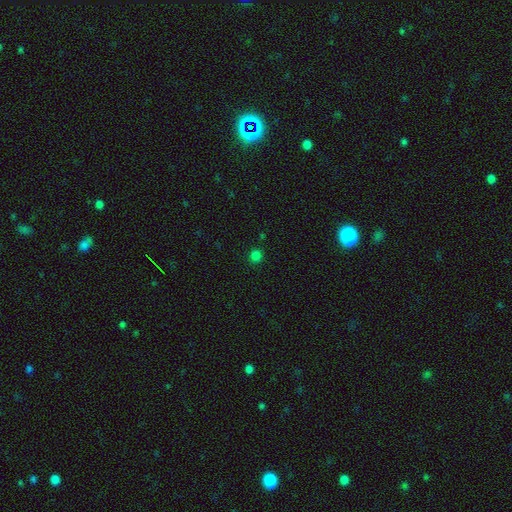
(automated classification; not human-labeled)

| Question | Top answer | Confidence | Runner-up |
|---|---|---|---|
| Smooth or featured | smooth | 79% | star or artifact (18%) |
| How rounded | round | 88% | in between (11%) |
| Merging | none | 90% | minor disturbance (6%) |